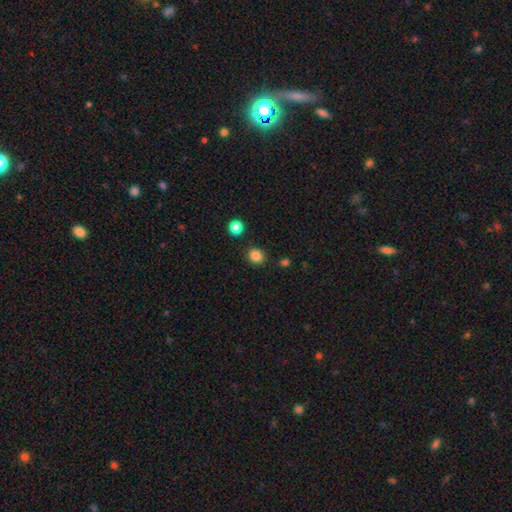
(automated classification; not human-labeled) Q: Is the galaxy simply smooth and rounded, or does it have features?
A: smooth — 85%.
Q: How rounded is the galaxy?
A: round — 80%.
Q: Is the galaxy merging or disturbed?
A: none — 88%.